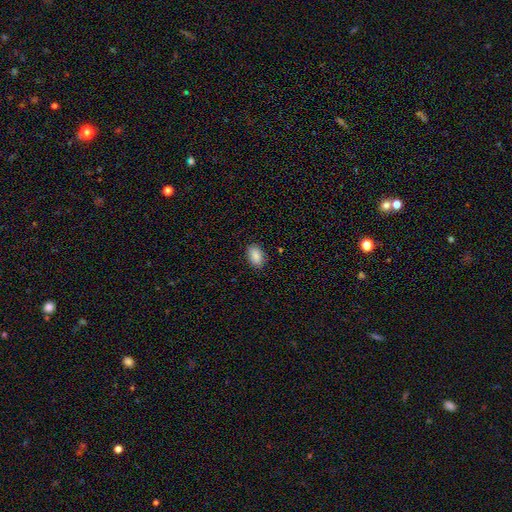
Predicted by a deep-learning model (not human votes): smooth 87%, star or artifact 8%, featured or disk 6%. Down the decision tree: how rounded — in between (89%); merging — none (84%).